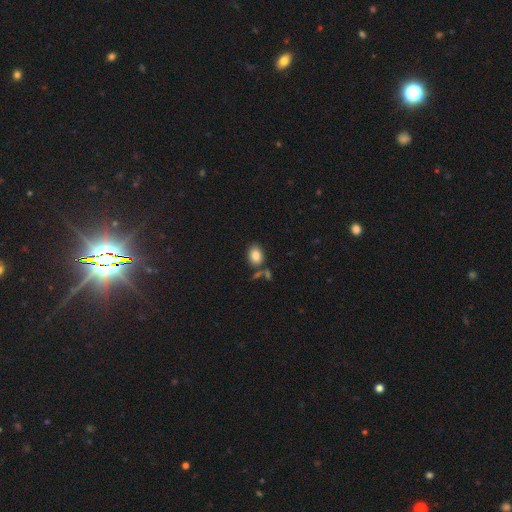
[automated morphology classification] This is clearly a smooth galaxy (83%). How rounded: likely in between (71%). Merging: likely none (71%).